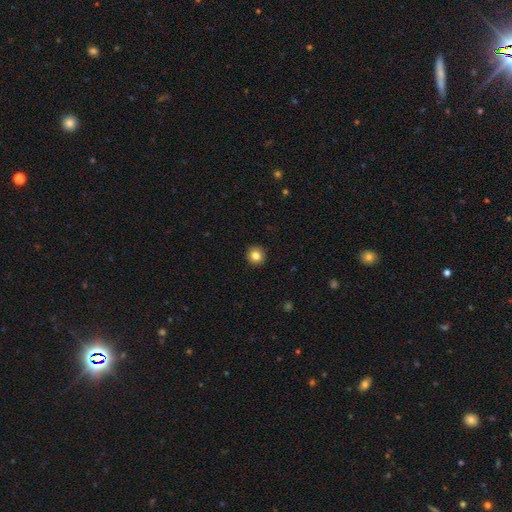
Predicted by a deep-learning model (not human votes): Overall: smooth (83%). How rounded: round (93%). Merging: none (93%).